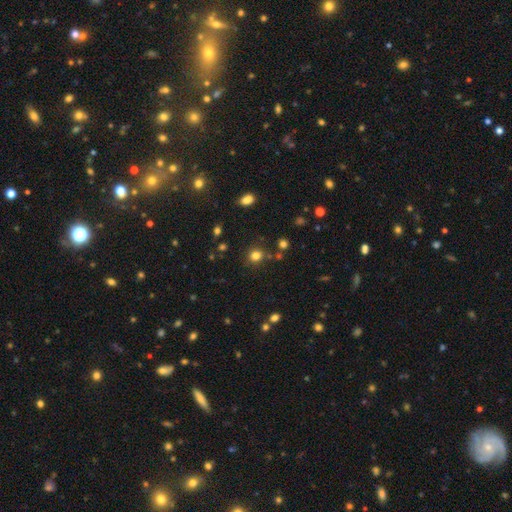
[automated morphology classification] type=smooth (78%); roundness=round (88%); merging=none (83%).